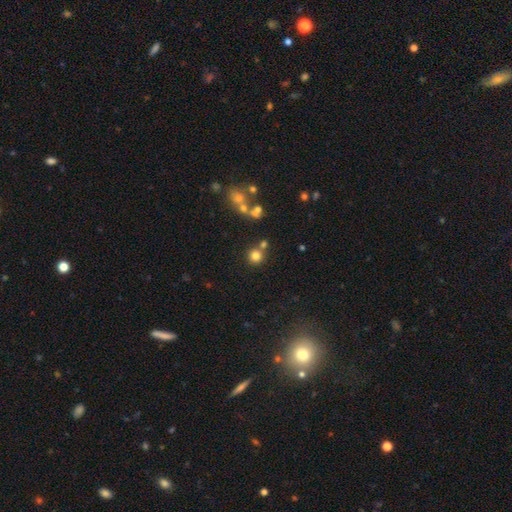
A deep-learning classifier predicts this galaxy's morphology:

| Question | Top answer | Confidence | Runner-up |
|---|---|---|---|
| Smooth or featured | smooth | 78% | star or artifact (14%) |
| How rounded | round | 92% | in between (7%) |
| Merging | none | 70% | merger (18%) |